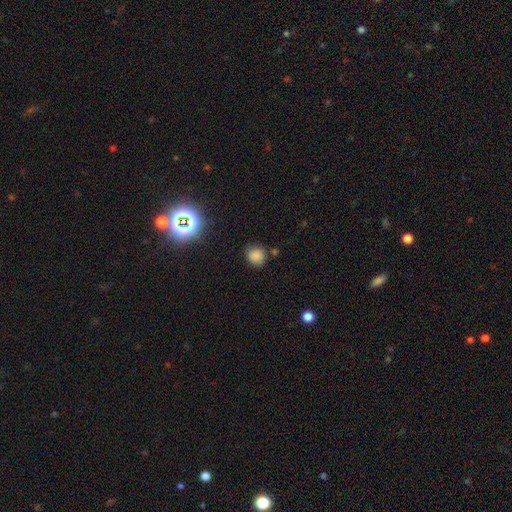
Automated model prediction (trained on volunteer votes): This is likely a smooth galaxy (79%). How rounded: clearly round (83%). Merging: likely none (76%).